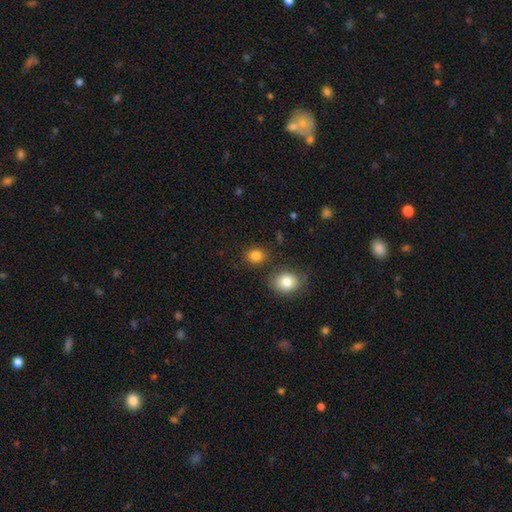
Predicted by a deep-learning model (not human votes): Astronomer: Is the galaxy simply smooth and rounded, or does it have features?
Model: smooth — 83%.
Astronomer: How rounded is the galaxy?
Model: round — 72%.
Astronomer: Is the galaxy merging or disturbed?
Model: none — 80%.